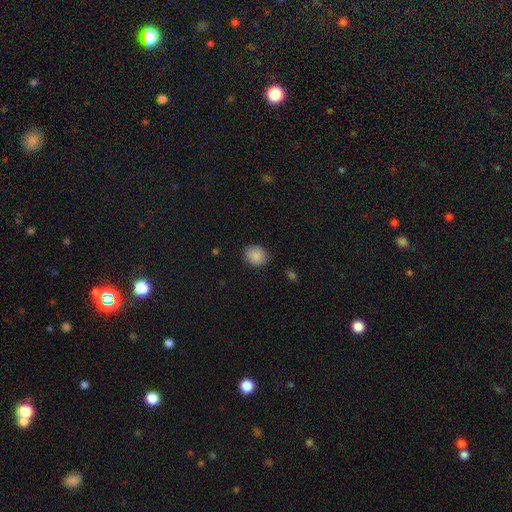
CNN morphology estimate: smooth 87%, star or artifact 8%, featured or disk 4%. Down the decision tree: how rounded — round (71%); merging — none (82%).